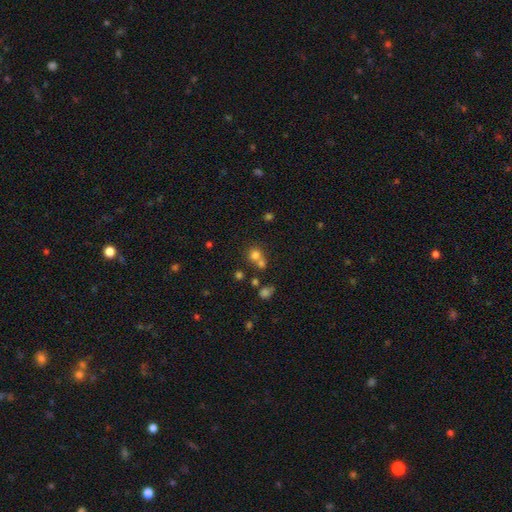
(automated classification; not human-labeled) Smooth or featured? Predicted: smooth (p=0.72). How rounded? Predicted: round (p=0.84). Merging? Predicted: none (p=0.45).